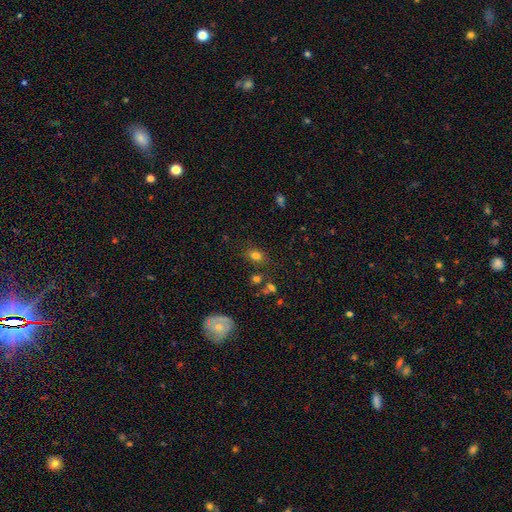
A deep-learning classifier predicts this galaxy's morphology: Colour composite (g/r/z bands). It shows a smooth galaxy with no disk features (75%) that is in between round and cigar-shaped (67%). Merging: none (73%).